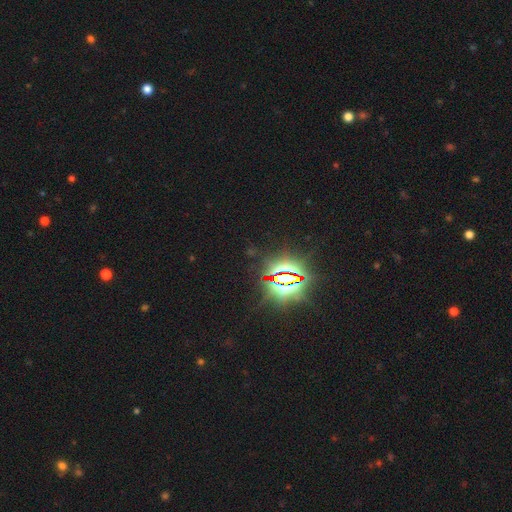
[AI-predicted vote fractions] A star or artifact, not a galaxy (86%).